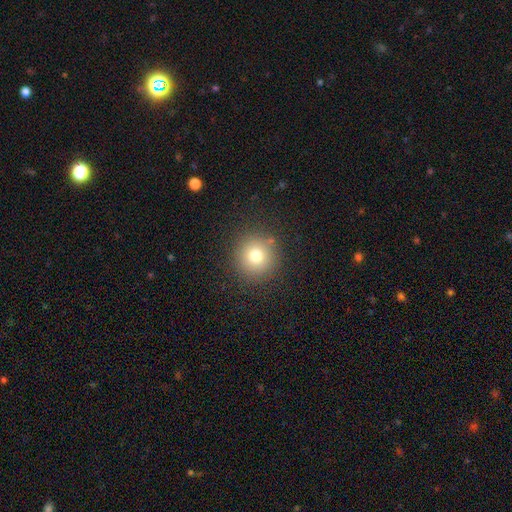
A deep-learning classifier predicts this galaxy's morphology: type=smooth (75%); roundness=round (94%); merging=none (88%).